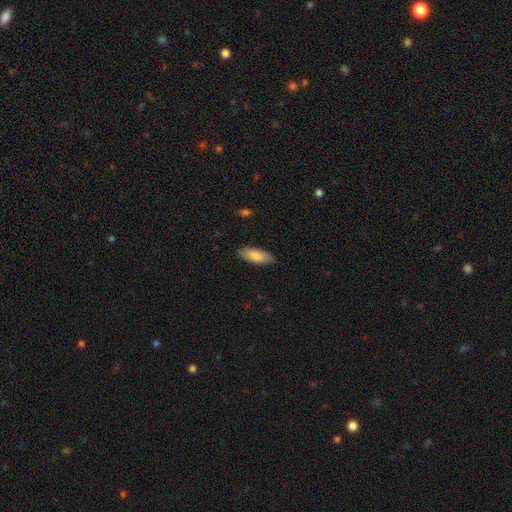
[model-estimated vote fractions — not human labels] smooth_or_featured: smooth (p=0.82) [alt: featured or disk p=0.13]
how_rounded: in between (p=0.73) [alt: cigar-shaped p=0.25]
merging: none (p=0.87) [alt: minor disturbance p=0.10]